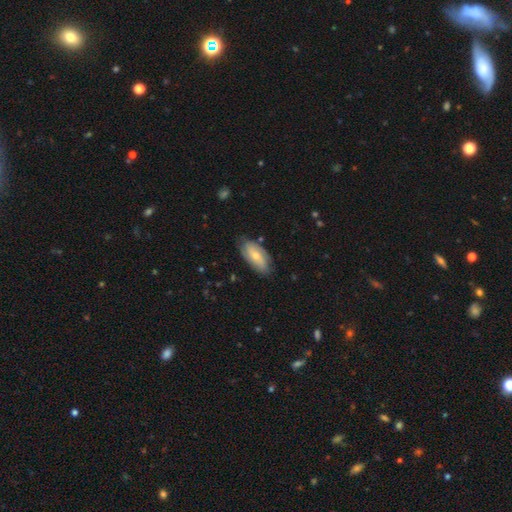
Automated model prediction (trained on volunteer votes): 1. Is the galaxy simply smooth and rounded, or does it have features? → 52% smooth, 42% featured or disk, 6% star or artifact.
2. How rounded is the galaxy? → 88% in between, 9% cigar-shaped, 3% round.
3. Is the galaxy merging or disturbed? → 74% none, 20% minor disturbance, 4% major disturbance, 2% merger.